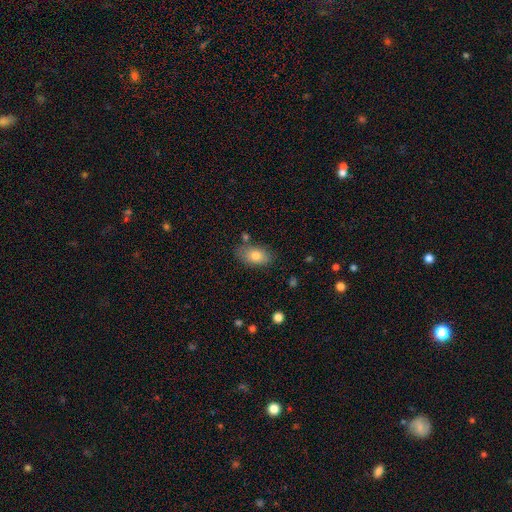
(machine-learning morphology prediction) A smooth galaxy with no disk features (78%) that is in between round and cigar-shaped (90%). Merging: none (75%).